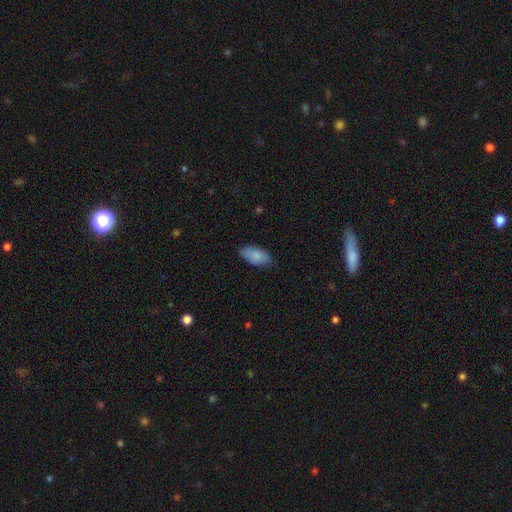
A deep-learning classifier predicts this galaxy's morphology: type=smooth (86%); roundness=in between (92%); merging=none (79%).